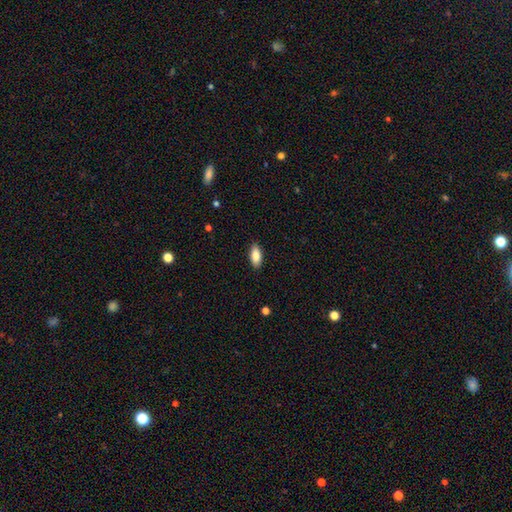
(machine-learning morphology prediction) type=smooth (86%); roundness=in between (86%); merging=none (89%).